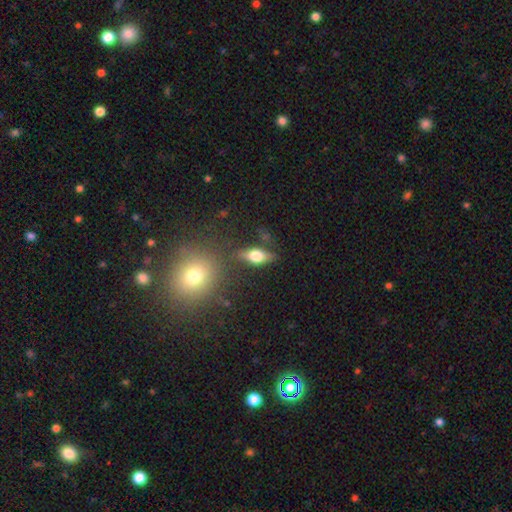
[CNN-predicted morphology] This appears to be a smooth galaxy with no disk features (52%) that is in between round and cigar-shaped (72%). Merging: none (74%).